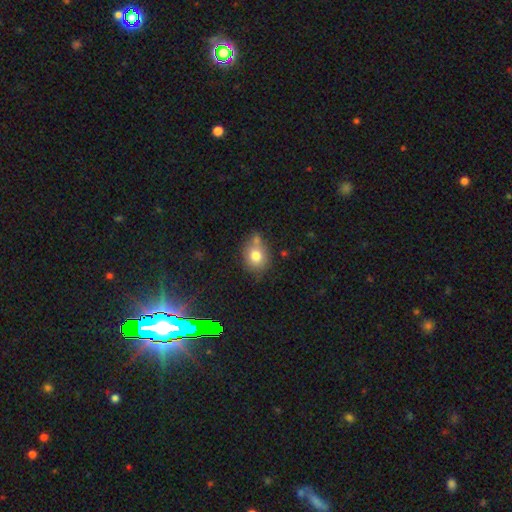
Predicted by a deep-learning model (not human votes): smooth-or-featured: smooth: 77% | featured or disk: 12% | star or artifact: 11%
  how-rounded: round: 53% | in between: 46% | cigar-shaped: 1%
  merging: none: 57% | minor disturbance: 20% | merger: 18% | major disturbance: 5%